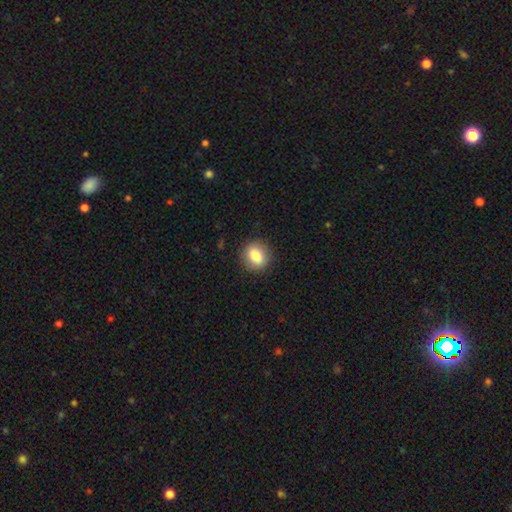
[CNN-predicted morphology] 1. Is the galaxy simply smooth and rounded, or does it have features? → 82% smooth, 10% featured or disk, 8% star or artifact.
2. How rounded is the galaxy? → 68% round, 31% in between, 1% cigar-shaped.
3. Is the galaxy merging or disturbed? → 86% none, 10% minor disturbance, 3% major disturbance, 1% merger.